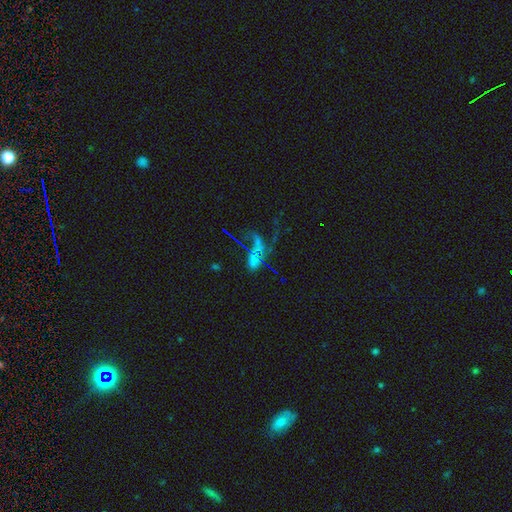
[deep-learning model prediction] smooth_or_featured: star or artifact (p=0.53) [alt: smooth p=0.26]